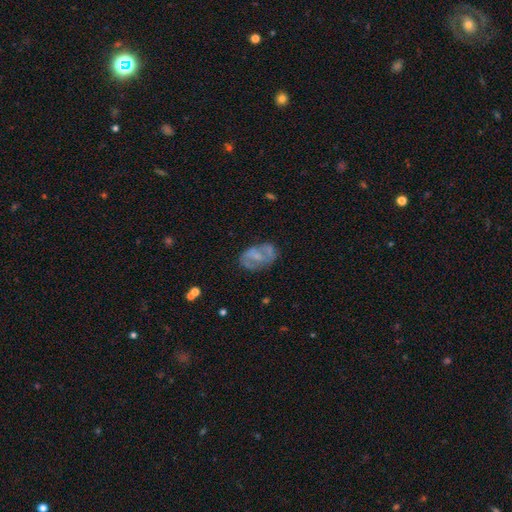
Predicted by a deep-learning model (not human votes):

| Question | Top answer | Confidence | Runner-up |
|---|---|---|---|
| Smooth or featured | featured or disk | 58% | smooth (34%) |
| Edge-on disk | no | 96% | yes (4%) |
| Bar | no | 56% | weak (34%) |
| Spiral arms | yes | 51% | no (49%) |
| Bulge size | small | 36% | none (34%) |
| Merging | none | 56% | minor disturbance (23%) |